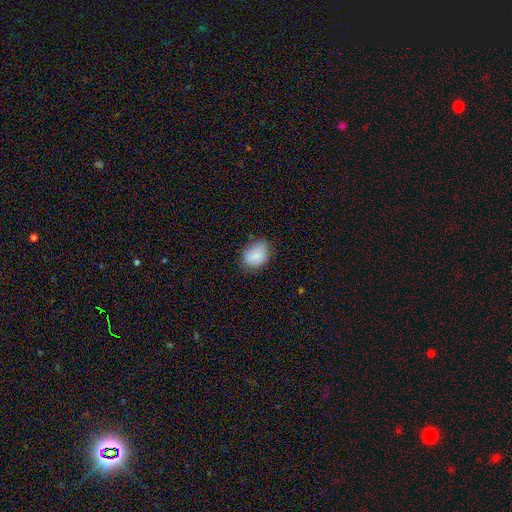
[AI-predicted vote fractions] Q: Smooth or featured?
A: smooth (81%); runner-up: featured or disk (11%)
Q: How rounded?
A: in between (70%); runner-up: round (29%)
Q: Merging?
A: none (65%); runner-up: minor disturbance (28%)